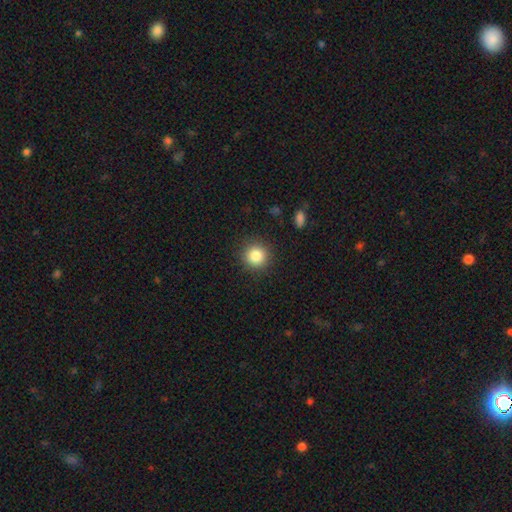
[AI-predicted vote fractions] smooth_or_featured: smooth (p=0.85) [alt: star or artifact p=0.10]
how_rounded: round (p=0.93) [alt: in between p=0.06]
merging: none (p=0.90) [alt: minor disturbance p=0.07]